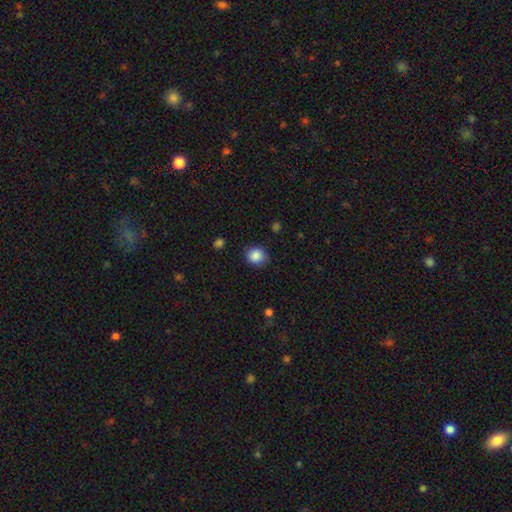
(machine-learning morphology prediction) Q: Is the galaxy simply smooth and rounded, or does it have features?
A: smooth — 87%.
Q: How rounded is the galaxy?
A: round — 76%.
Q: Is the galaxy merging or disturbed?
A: none — 84%.